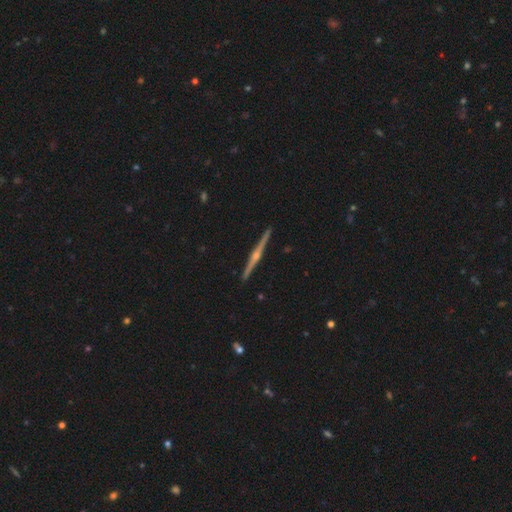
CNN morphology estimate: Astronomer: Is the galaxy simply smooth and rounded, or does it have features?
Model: featured or disk — 87%.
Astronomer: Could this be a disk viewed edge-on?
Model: yes — 99%.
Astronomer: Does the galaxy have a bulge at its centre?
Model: rounded — 89%.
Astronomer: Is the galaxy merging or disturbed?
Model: none — 93%.